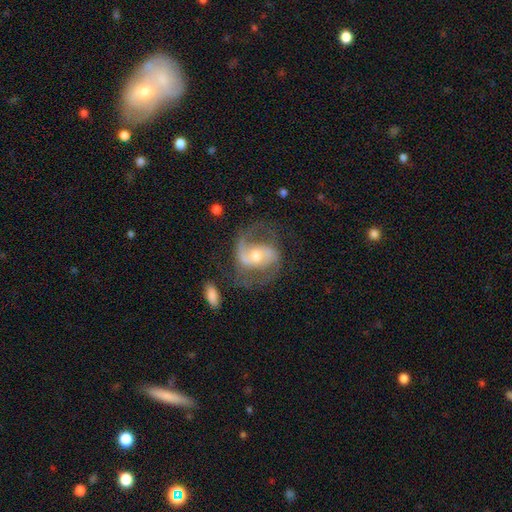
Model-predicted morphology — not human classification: type=featured or disk (87%); edge-on=no (98%); bar=weak (46%); spiral arms=yes (96%); winding=medium (56%); arm count=2 (85%); bulge=moderate (61%); merging=none (62%).